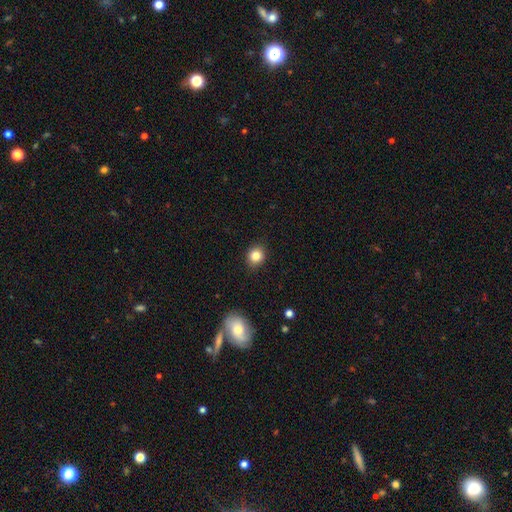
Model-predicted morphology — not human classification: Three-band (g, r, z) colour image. It shows a smooth galaxy with no disk features (84%) that is round (78%). Merging: none (89%).